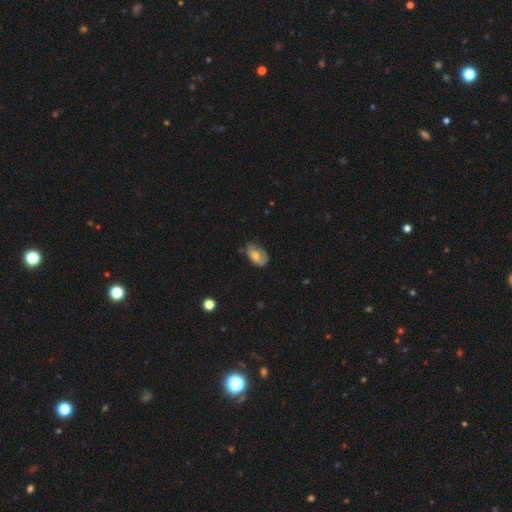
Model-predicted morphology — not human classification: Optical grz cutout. It shows a smooth galaxy with no disk features (63%) that is in between round and cigar-shaped (89%). Merging: none (49%).